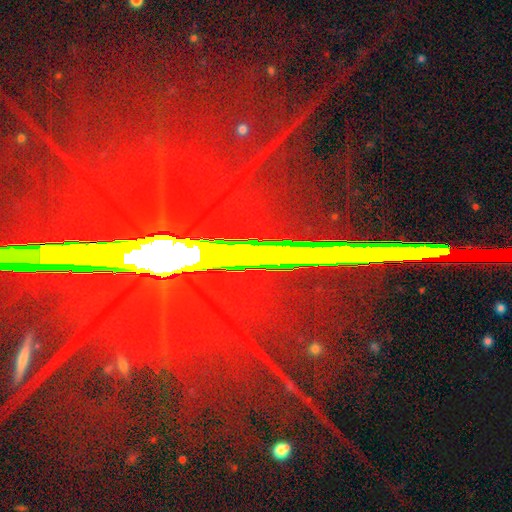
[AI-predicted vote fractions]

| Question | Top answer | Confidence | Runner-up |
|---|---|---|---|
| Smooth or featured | star or artifact | 85% | smooth (7%) |